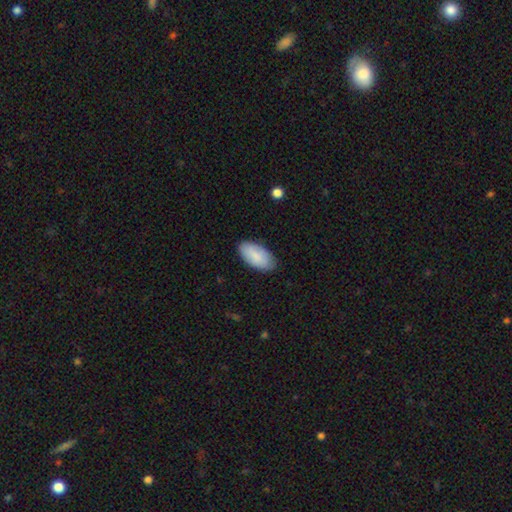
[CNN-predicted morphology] A smooth galaxy with no disk features (85%) that is in between round and cigar-shaped (95%). Merging: none (83%).